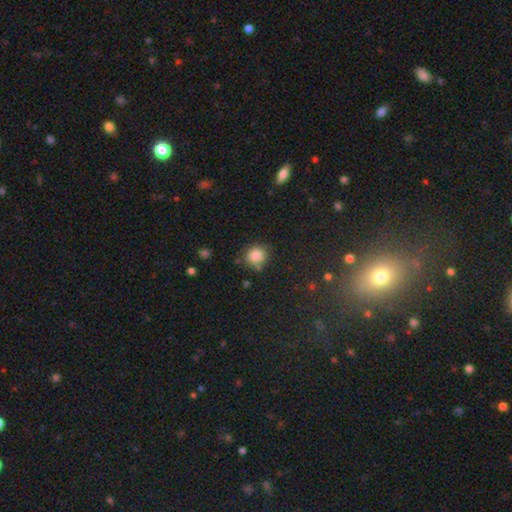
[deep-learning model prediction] smooth 85%, star or artifact 10%, featured or disk 5%. Down the decision tree: how rounded — round (84%); merging — none (76%).